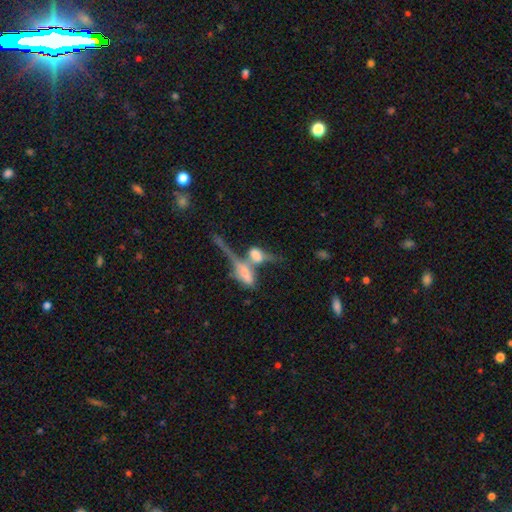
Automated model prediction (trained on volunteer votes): Smooth or featured? featured or disk (45%)
Merging? merger (60%)